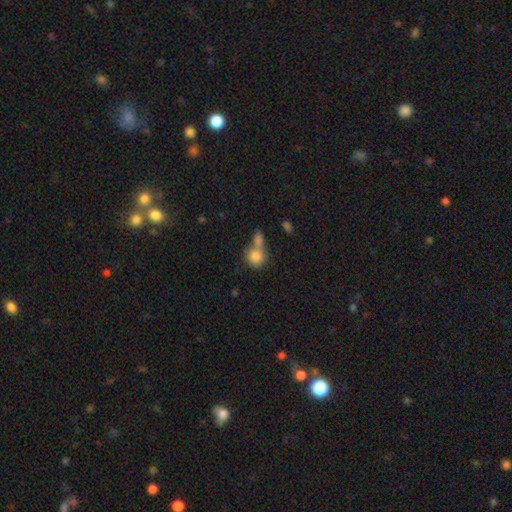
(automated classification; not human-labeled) This is clearly a smooth galaxy (84%). How rounded: likely round (74%). Merging: possibly merger (52%).